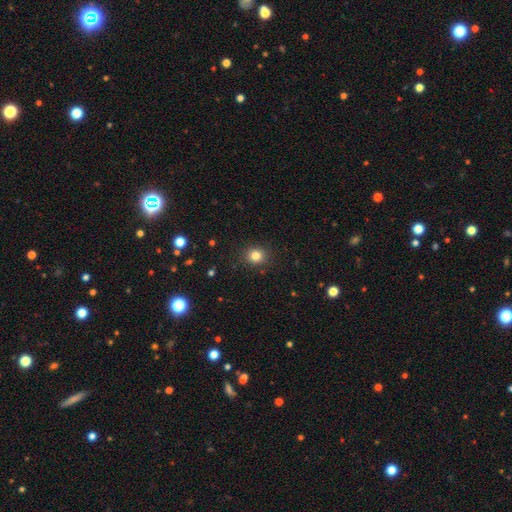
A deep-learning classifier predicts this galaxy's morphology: smooth-or-featured: smooth: 82% | star or artifact: 12% | featured or disk: 5%
  how-rounded: round: 82% | in between: 17% | cigar-shaped: 1%
  merging: none: 89% | minor disturbance: 7% | major disturbance: 2% | merger: 1%